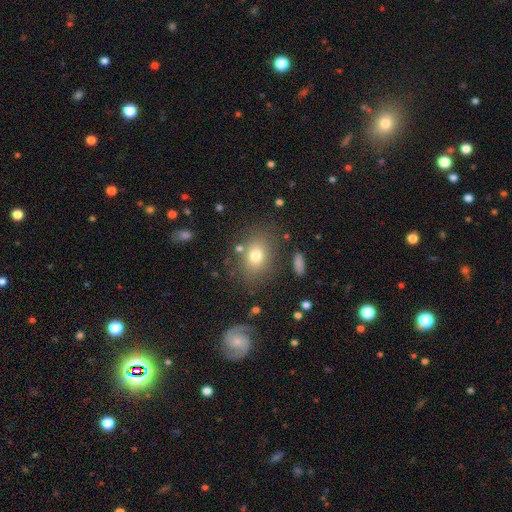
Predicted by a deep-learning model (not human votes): Morphology: type=smooth (74%); roundness=in between (66%); merging=none (79%).